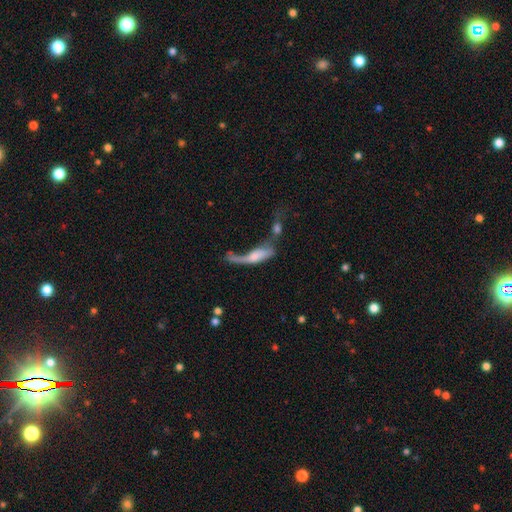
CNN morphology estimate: A smooth galaxy with no disk features (48%). Merging: merger (39%).